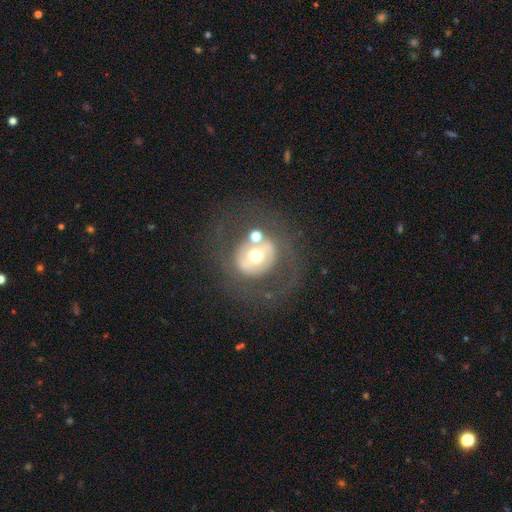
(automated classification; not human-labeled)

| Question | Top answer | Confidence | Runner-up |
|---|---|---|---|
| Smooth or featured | featured or disk | 57% | smooth (32%) |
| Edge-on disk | no | 95% | yes (5%) |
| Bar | no | 46% | weak (28%) |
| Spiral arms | no | 70% | yes (30%) |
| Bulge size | moderate | 70% | large (14%) |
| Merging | none | 59% | major disturbance (15%) |